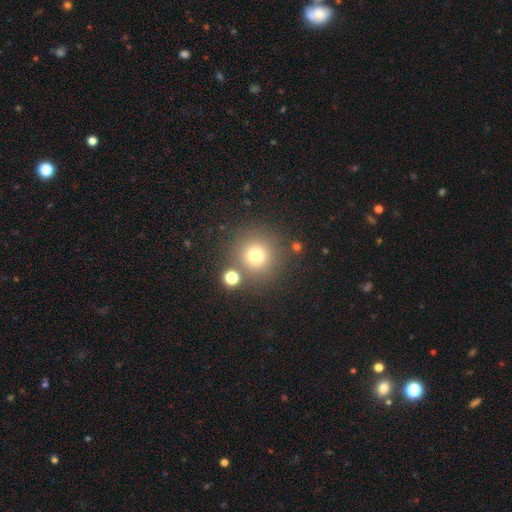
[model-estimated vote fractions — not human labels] smooth_or_featured: smooth (p=0.73) [alt: star or artifact p=0.17]
how_rounded: round (p=0.95) [alt: in between p=0.04]
merging: none (p=0.81) [alt: minor disturbance p=0.08]